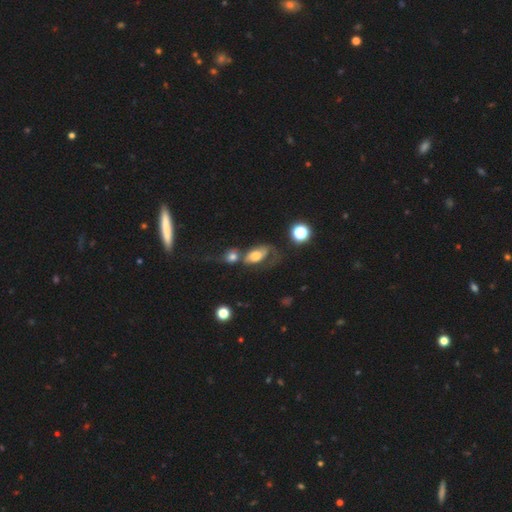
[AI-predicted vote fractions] Smooth or featured: smooth — 59% (featured or disk — 31%)
How rounded: in between — 87% (round — 9%)
Merging: merger — 40% (major disturbance — 27%)